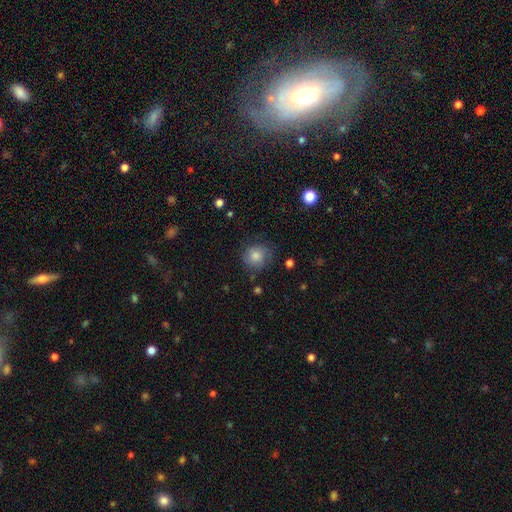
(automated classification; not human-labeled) smooth_or_featured: smooth (p=0.73) [alt: featured or disk p=0.15]
how_rounded: round (p=0.87) [alt: in between p=0.12]
merging: none (p=0.75) [alt: minor disturbance p=0.18]